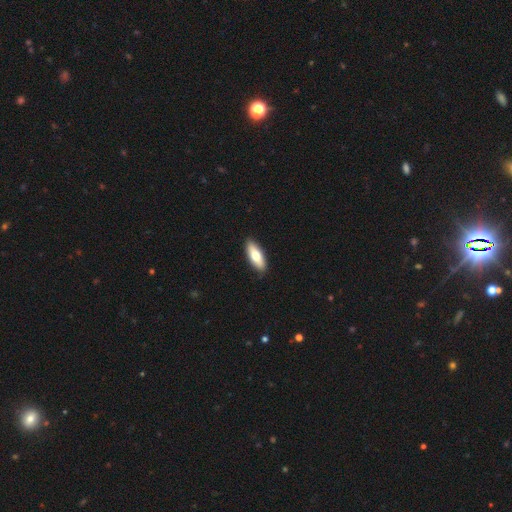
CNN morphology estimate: smooth-or-featured: smooth: 73% | featured or disk: 22% | star or artifact: 5%
  how-rounded: in between: 65% | cigar-shaped: 33% | round: 2%
  merging: none: 89% | minor disturbance: 8% | major disturbance: 2% | merger: 1%